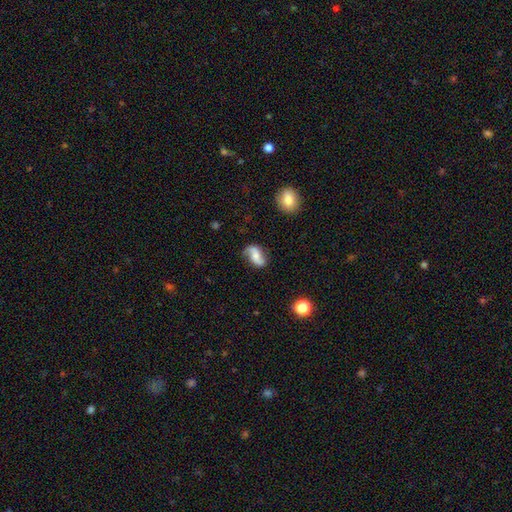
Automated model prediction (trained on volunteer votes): smooth-or-featured: featured or disk: 72% | smooth: 21% | star or artifact: 7%
  disk-edge-on: no: 96% | yes: 4%
    bar: no: 52% | weak: 34% | strong: 14%
    has-spiral-arms: yes: 94% | no: 6%
      spiral-winding: loose: 71% | medium: 22% | tight: 7%
      spiral-arm-count: 2: 90% | 1: 4% | can't tell: 3% | 3: 1% | 4: 1% | more than 4: 1%
    bulge-size: moderate: 43% | small: 34% | none: 13% | large: 8% | dominant: 2%
  merging: none: 73% | minor disturbance: 18% | major disturbance: 7% | merger: 2%